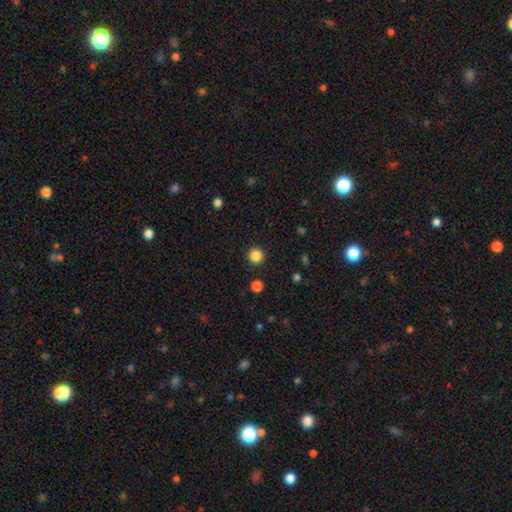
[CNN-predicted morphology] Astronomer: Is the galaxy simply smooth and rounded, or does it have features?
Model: smooth — 86%.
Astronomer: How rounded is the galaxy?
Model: round — 95%.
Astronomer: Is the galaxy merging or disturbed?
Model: none — 92%.